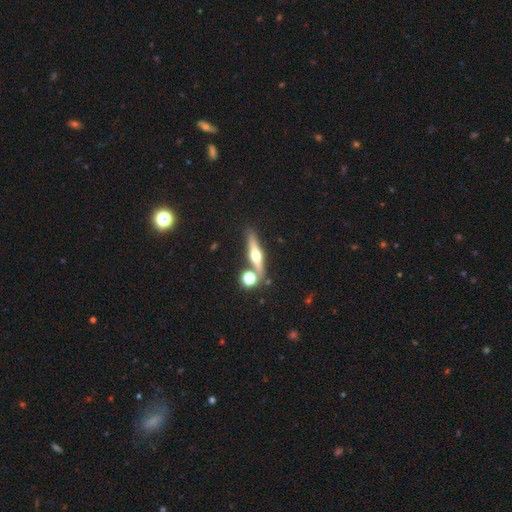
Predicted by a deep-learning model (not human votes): Overall: featured or disk (66%). Edge-on disk: yes (94%). Edge-on bulge: rounded (96%). Merging: none (78%).